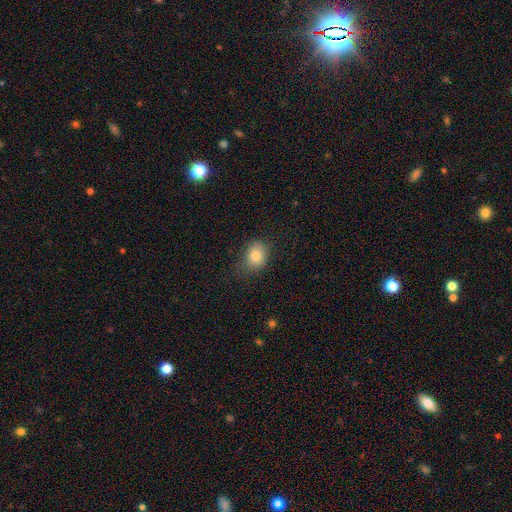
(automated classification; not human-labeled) A smooth galaxy with no disk features (82%) that is in between round and cigar-shaped (52%).

Vote fractions:
- Smooth or featured? smooth: 82% / star or artifact: 11% / featured or disk: 8%
- How rounded? in between: 52% / round: 47% / cigar-shaped: 1%
- Merging? none: 68% / minor disturbance: 24% / major disturbance: 7% / merger: 1%